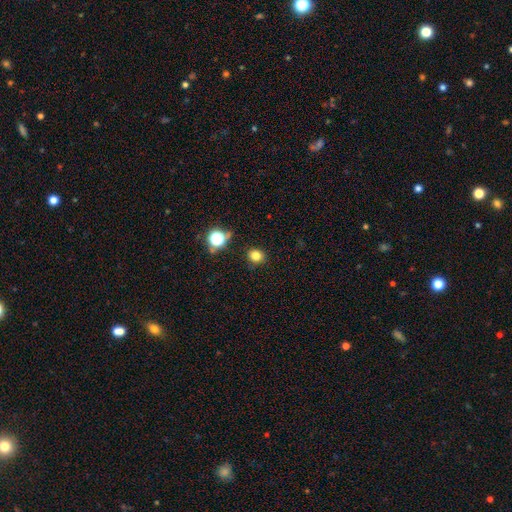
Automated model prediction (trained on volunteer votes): Smooth or featured: smooth — 79% (star or artifact — 15%)
How rounded: round — 80% (in between — 19%)
Merging: none — 88% (minor disturbance — 8%)